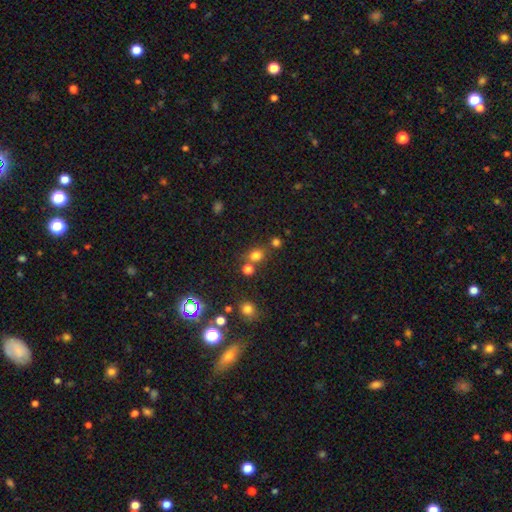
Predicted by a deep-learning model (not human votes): Morphology: type=smooth (74%); roundness=round (68%); merging=none (67%).